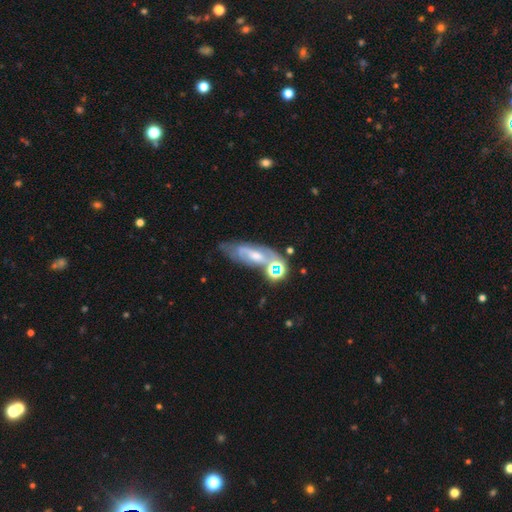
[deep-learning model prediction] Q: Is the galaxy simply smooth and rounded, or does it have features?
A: featured or disk — 67%.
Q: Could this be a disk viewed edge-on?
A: no — 83%.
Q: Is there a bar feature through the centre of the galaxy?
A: no — 45%.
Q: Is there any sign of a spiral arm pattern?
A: yes — 73%.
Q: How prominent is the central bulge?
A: moderate — 47%.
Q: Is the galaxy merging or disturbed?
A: none — 49%.